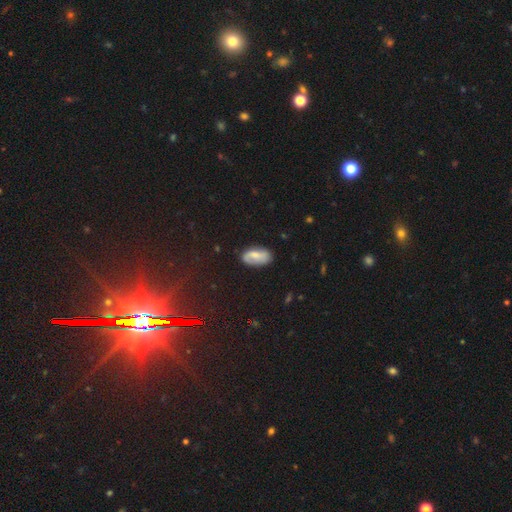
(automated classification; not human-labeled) This is possibly a smooth galaxy (53%). How rounded: clearly in between (93%). Merging: likely none (77%).